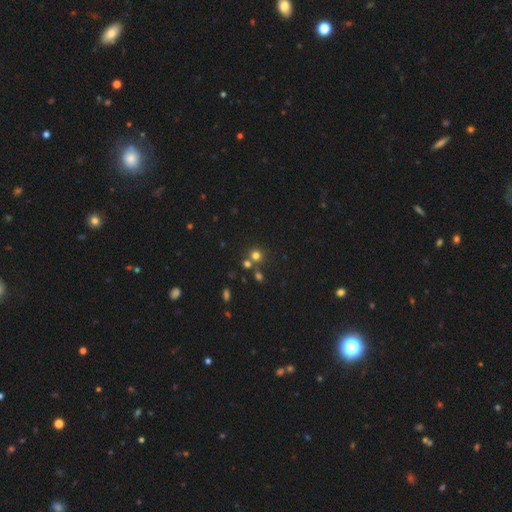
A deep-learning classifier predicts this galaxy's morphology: Smooth or featured: smooth — 70% (star or artifact — 21%)
How rounded: round — 87% (in between — 12%)
Merging: none — 64% (merger — 25%)